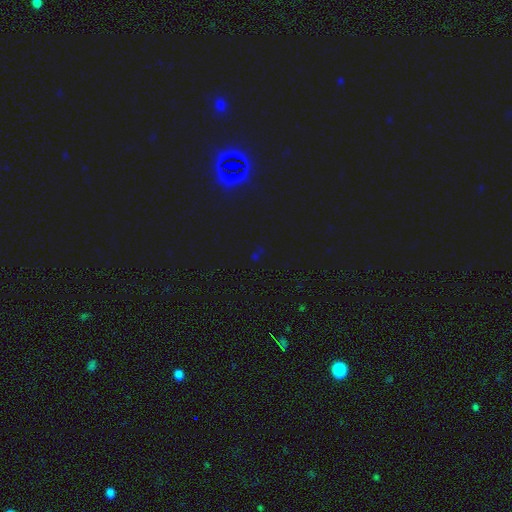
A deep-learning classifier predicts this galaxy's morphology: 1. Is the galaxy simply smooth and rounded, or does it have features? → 72% star or artifact, 21% smooth, 8% featured or disk.